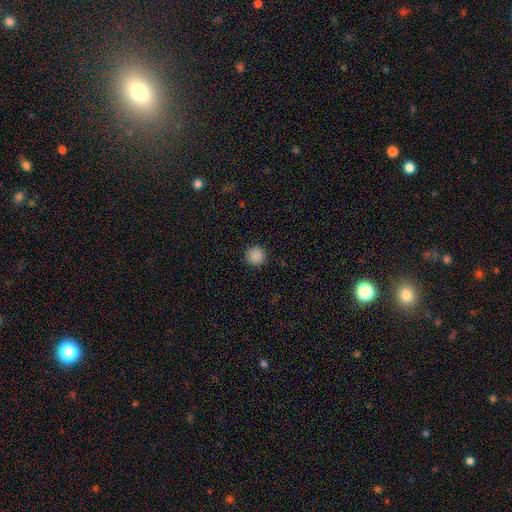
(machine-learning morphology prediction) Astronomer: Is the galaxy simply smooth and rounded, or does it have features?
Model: smooth — 88%.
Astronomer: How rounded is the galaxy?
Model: round — 95%.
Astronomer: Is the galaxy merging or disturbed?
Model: none — 92%.